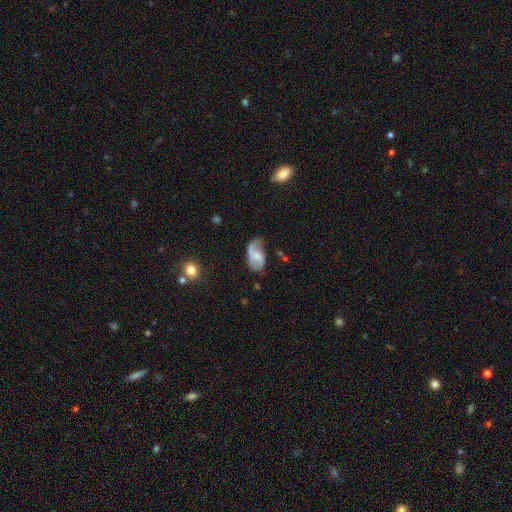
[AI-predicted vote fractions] smooth-or-featured: featured or disk: 55% | smooth: 37% | star or artifact: 8%
  disk-edge-on: no: 96% | yes: 4%
    bar: no: 45% | weak: 43% | strong: 12%
    has-spiral-arms: yes: 81% | no: 19%
    bulge-size: small: 41% | none: 28% | moderate: 27% | large: 4% | dominant: 1%
  merging: none: 42% | minor disturbance: 33% | major disturbance: 22% | merger: 4%